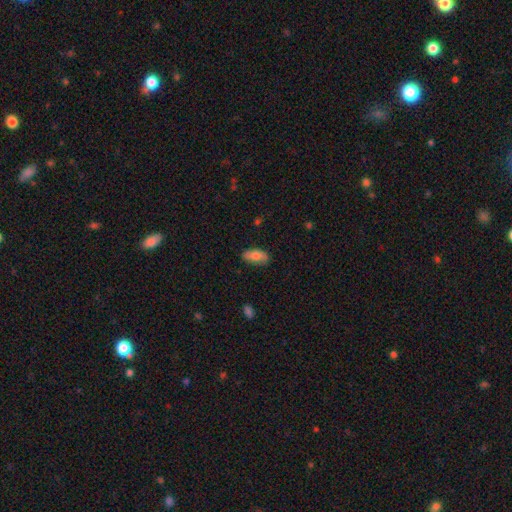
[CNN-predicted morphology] This is likely a smooth galaxy (76%). How rounded: clearly in between (88%). Merging: likely none (80%).